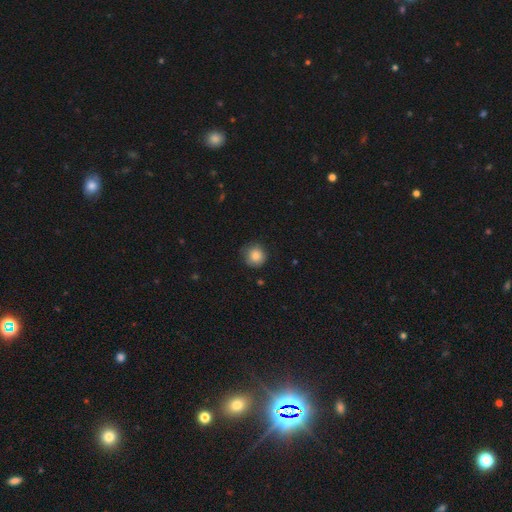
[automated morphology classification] type=smooth (85%); roundness=round (92%); merging=none (74%).